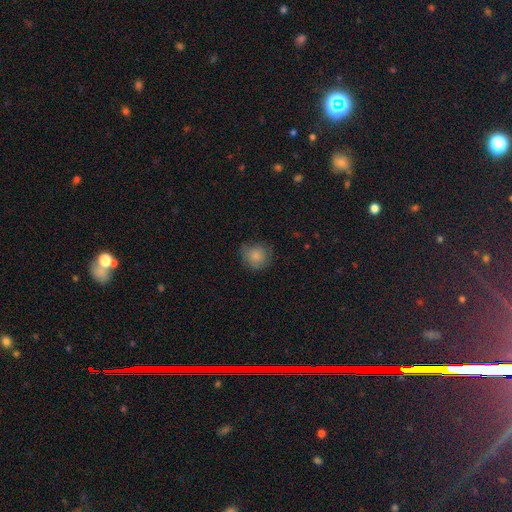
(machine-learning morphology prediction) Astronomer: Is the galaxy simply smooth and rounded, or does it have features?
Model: smooth — 79%.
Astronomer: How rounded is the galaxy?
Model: round — 83%.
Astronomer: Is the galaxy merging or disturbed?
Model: none — 68%.